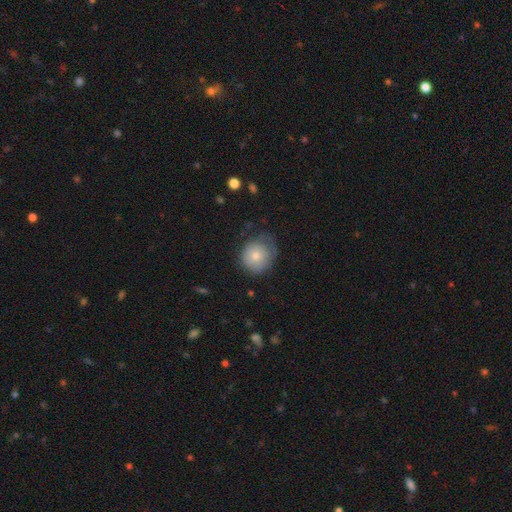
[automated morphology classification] Q: Smooth or featured?
A: smooth (76%); runner-up: featured or disk (16%)
Q: How rounded?
A: round (79%); runner-up: in between (20%)
Q: Merging?
A: none (52%); runner-up: minor disturbance (34%)